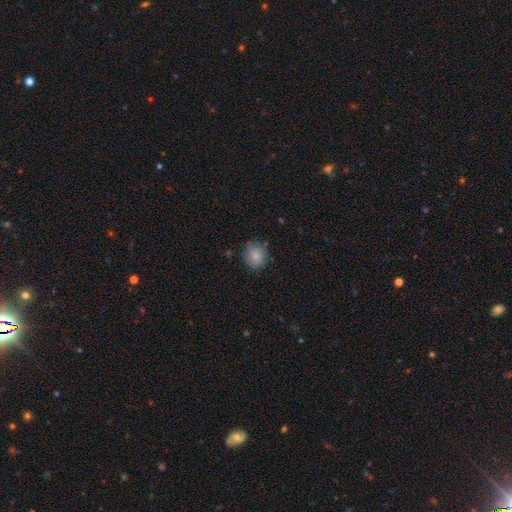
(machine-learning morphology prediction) smooth 85%, star or artifact 9%, featured or disk 6%. Down the decision tree: how rounded — round (76%); merging — none (80%).